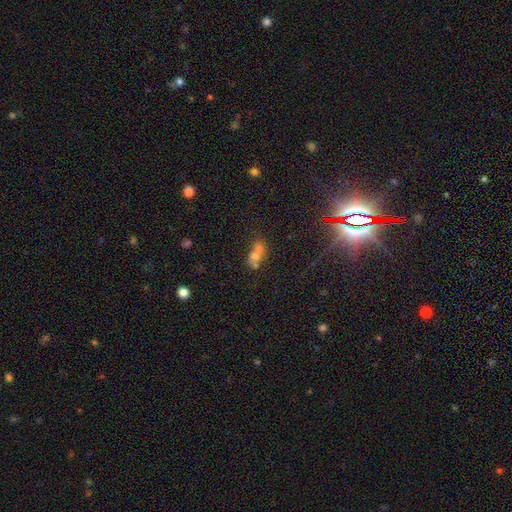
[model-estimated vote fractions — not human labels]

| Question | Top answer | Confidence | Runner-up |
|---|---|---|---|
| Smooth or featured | smooth | 58% | featured or disk (25%) |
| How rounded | in between | 54% | round (42%) |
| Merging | merger | 58% | none (26%) |